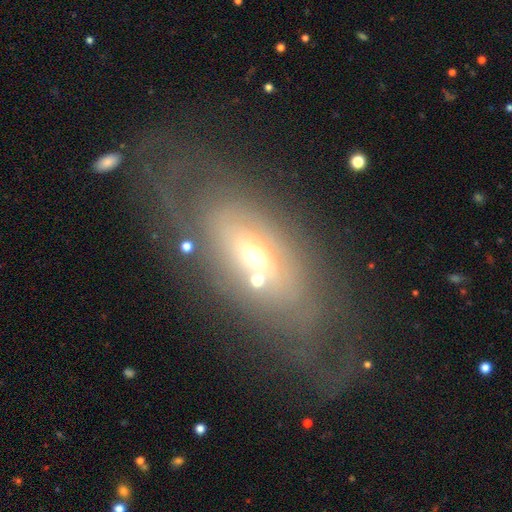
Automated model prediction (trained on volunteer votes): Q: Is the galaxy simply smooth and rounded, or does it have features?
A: featured or disk — 67%.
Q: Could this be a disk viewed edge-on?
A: no — 82%.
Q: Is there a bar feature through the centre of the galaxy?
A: no — 75%.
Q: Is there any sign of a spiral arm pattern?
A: no — 52%.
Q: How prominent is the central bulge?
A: moderate — 58%.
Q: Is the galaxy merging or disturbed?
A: none — 56%.